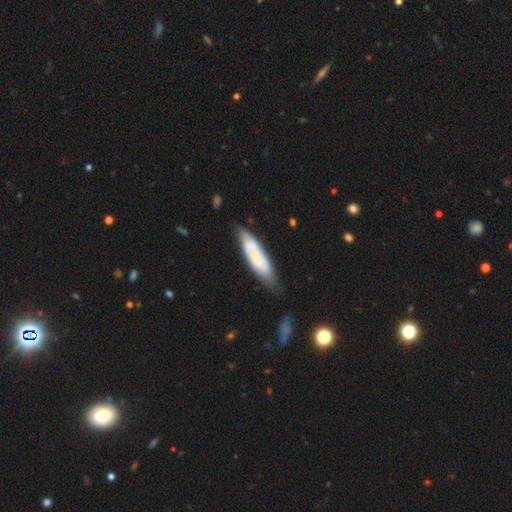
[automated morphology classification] The model was most divided on "smooth or featured": smooth: 50%, featured or disk: 43%, star or artifact: 7%. More confident: merging — none (66%); how rounded — cigar-shaped (60%).